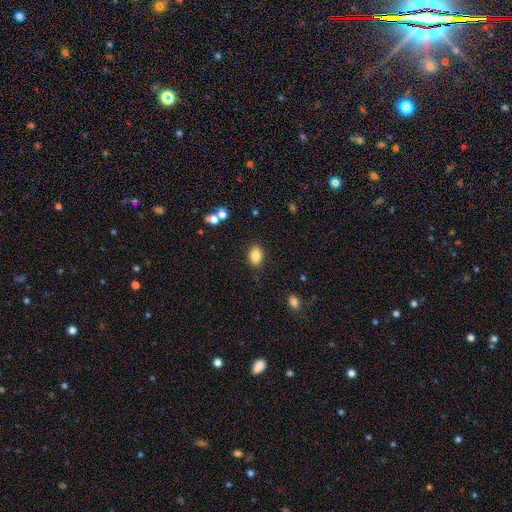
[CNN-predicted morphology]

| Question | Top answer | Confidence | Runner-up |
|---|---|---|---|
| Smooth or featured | smooth | 84% | star or artifact (9%) |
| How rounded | in between | 82% | round (17%) |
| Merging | none | 86% | minor disturbance (9%) |